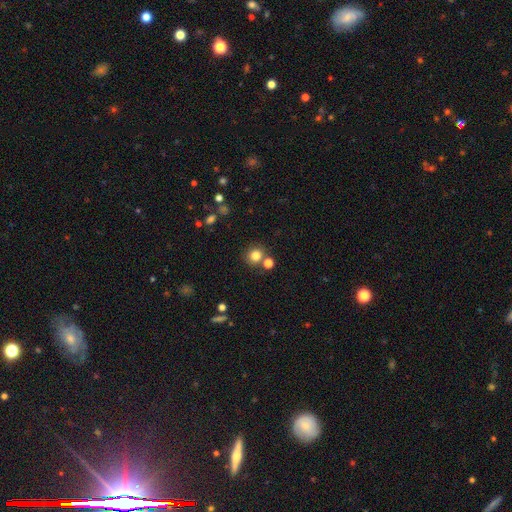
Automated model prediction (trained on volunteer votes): This is clearly a smooth galaxy (80%). How rounded: clearly round (90%). Merging: likely none (73%).